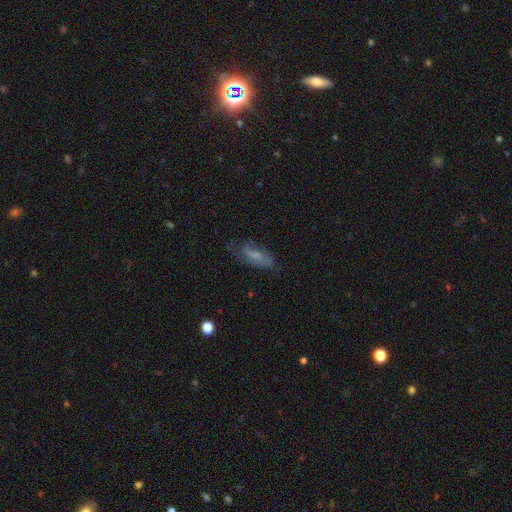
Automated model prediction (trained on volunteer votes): This is possibly a smooth galaxy (52%). How rounded: likely in between (68%). Merging: possibly none (56%).